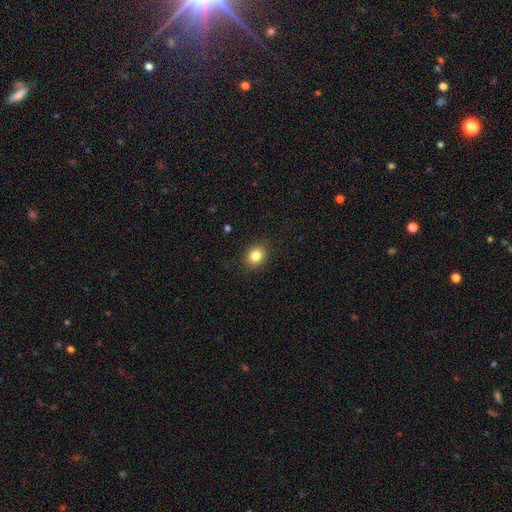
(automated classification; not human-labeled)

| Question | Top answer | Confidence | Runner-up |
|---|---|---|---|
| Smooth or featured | smooth | 83% | star or artifact (10%) |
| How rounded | round | 62% | in between (37%) |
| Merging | none | 90% | minor disturbance (7%) |